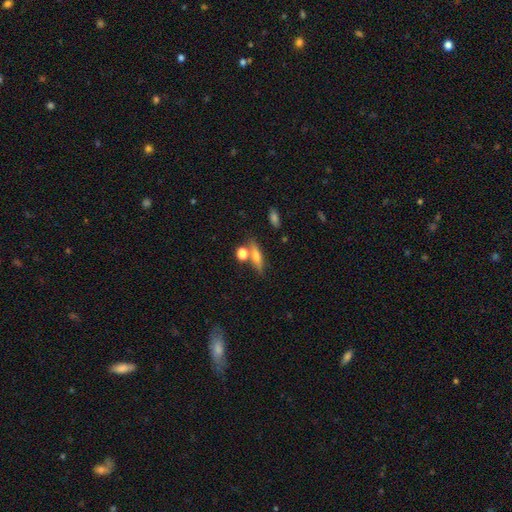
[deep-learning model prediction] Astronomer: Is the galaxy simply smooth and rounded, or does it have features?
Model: smooth — 56% (runner-up: featured or disk, 33%).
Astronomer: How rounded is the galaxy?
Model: cigar-shaped — 56% (runner-up: in between, 32%).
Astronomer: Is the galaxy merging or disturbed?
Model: none — 65%.